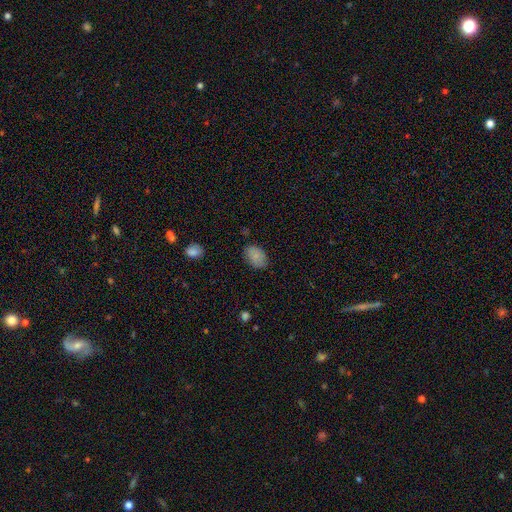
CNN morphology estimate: Q: Smooth or featured?
A: smooth (83%); runner-up: featured or disk (9%)
Q: How rounded?
A: in between (83%); runner-up: round (16%)
Q: Merging?
A: none (81%); runner-up: minor disturbance (15%)